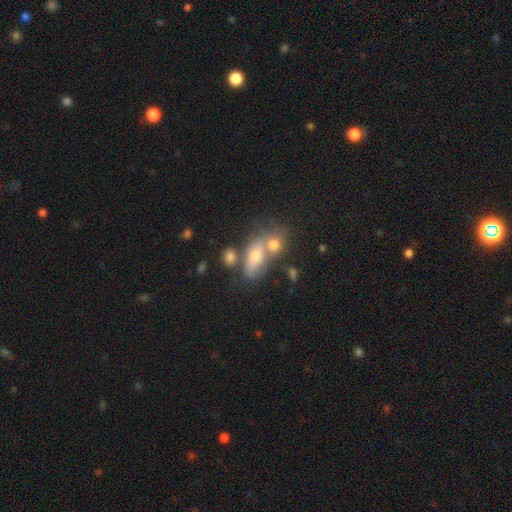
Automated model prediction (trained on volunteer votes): This is likely a smooth galaxy (63%). How rounded: likely in between (78%). Merging: possibly merger (47%).